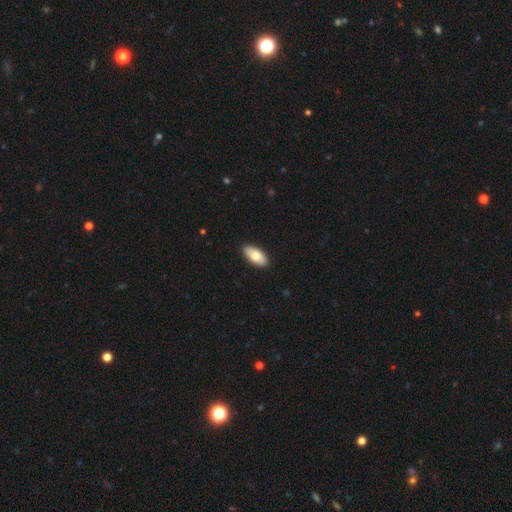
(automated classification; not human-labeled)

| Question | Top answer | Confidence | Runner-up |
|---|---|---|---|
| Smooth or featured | smooth | 75% | featured or disk (19%) |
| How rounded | in between | 91% | cigar-shaped (6%) |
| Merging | none | 90% | minor disturbance (8%) |